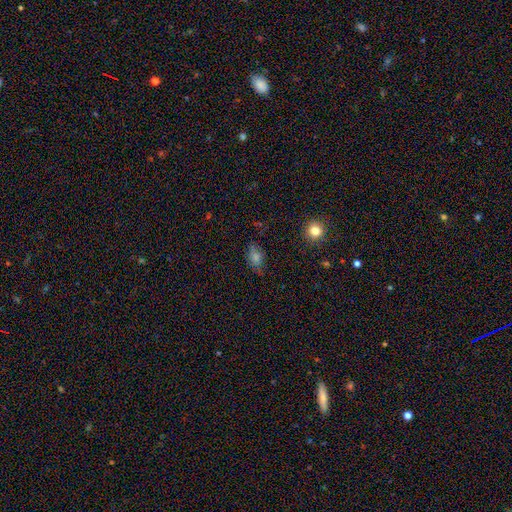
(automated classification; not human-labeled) Overall: smooth (57%; star or artifact 23%). How rounded: in between (77%). Merging: none (75%).